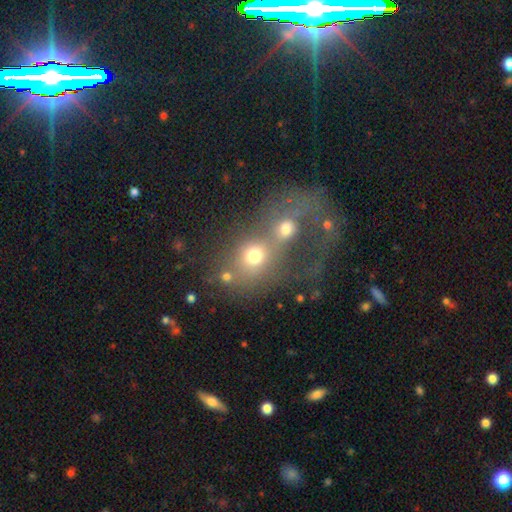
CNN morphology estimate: smooth_or_featured: smooth (p=0.52) [alt: featured or disk p=0.31]
how_rounded: round (p=0.63) [alt: in between p=0.36]
merging: merger (p=0.73) [alt: none p=0.13]